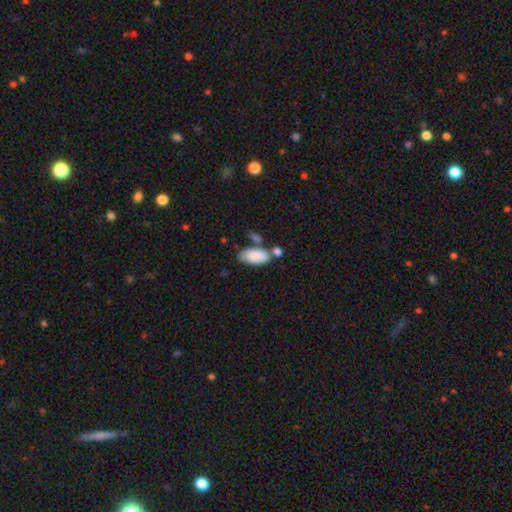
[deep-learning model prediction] smooth-or-featured: smooth: 86% | featured or disk: 7% | star or artifact: 6%
  how-rounded: in between: 91% | cigar-shaped: 7% | round: 2%
  merging: none: 56% | merger: 23% | minor disturbance: 16% | major disturbance: 5%